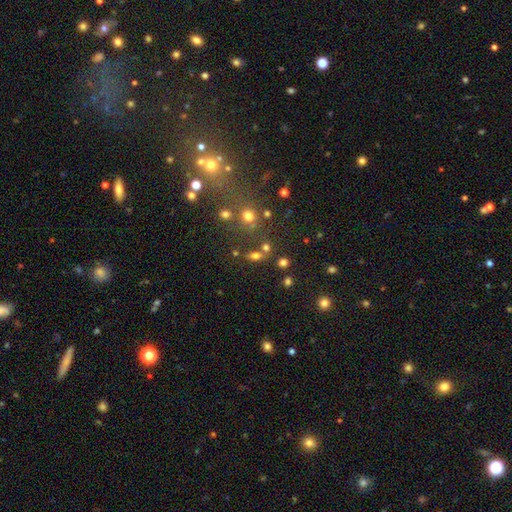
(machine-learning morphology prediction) A smooth galaxy with no disk features (68%) that is in between round and cigar-shaped (68%). Merging: none (62%).